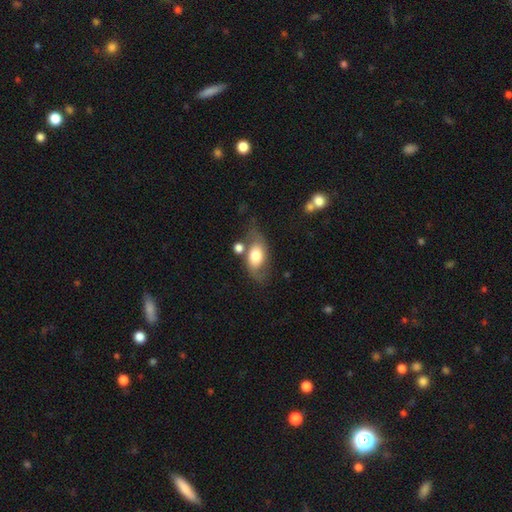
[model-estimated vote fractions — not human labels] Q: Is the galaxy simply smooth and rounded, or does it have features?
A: smooth — 52%.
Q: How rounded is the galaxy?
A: in between — 87%.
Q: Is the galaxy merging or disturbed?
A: none — 50%.